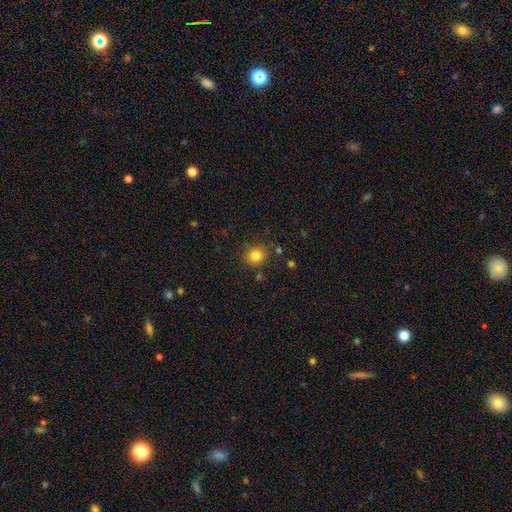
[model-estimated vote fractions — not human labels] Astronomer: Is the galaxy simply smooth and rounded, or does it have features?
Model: smooth — 82%.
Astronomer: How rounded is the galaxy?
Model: round — 88%.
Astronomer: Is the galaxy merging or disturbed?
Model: none — 84%.